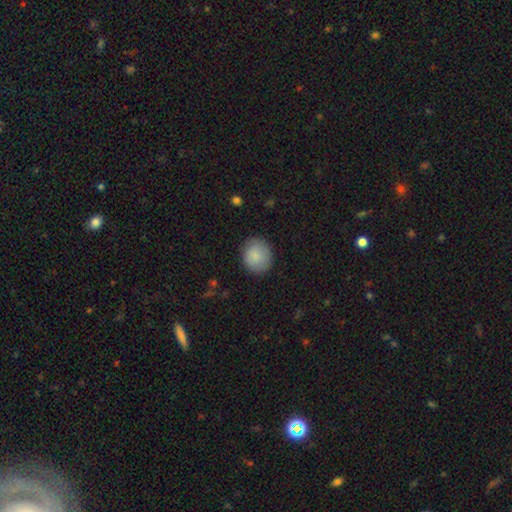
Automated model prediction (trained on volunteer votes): Morphology: type=smooth (87%); roundness=round (74%); merging=none (84%).